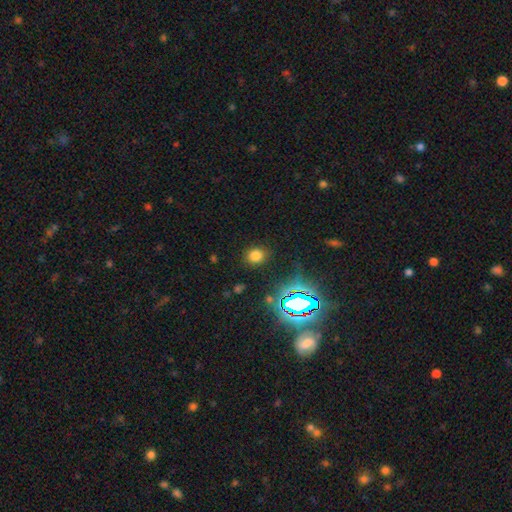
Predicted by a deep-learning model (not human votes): Smooth or featured? Predicted: smooth (p=0.71). How rounded? Predicted: round (p=0.68). Merging? Predicted: none (p=0.86).